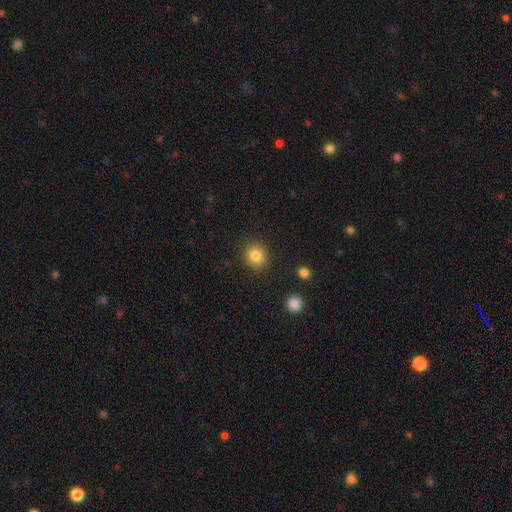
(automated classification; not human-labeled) Smooth or featured: smooth — 83% (star or artifact — 11%)
How rounded: round — 87% (in between — 12%)
Merging: none — 89% (minor disturbance — 7%)